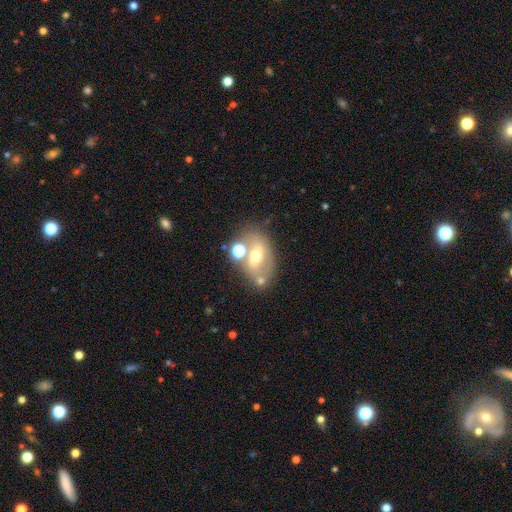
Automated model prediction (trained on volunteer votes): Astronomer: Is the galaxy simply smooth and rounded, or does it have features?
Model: featured or disk — 51% (runner-up: smooth, 37%).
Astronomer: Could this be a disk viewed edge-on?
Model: no — 91%.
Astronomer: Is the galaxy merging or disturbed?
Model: none — 57%.